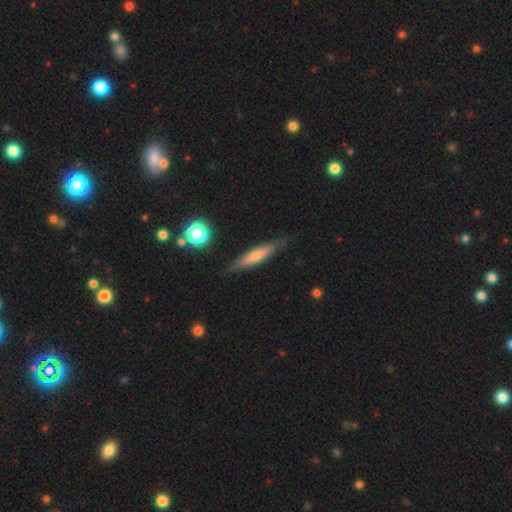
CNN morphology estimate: Smooth or featured: smooth — 55% (featured or disk — 38%)
How rounded: cigar-shaped — 84% (in between — 14%)
Merging: none — 82% (minor disturbance — 13%)